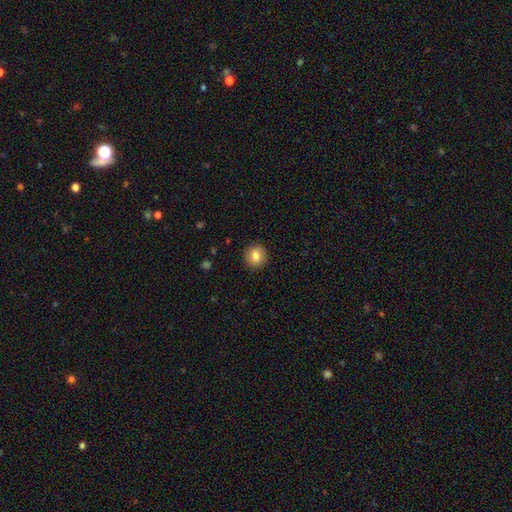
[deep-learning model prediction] Overall: smooth (81%). How rounded: round (90%). Merging: none (91%).